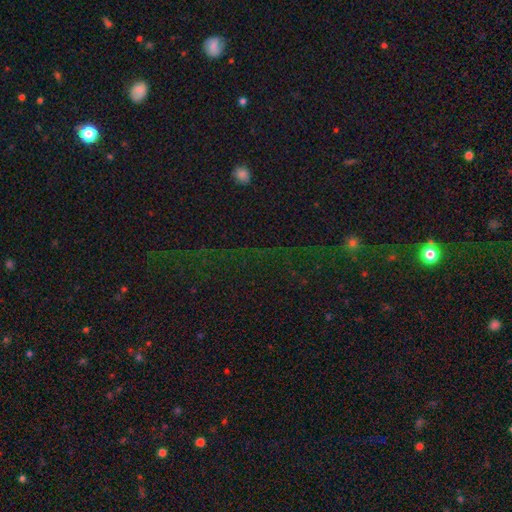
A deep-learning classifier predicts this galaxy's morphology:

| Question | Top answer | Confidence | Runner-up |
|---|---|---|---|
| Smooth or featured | star or artifact | 72% | smooth (17%) |